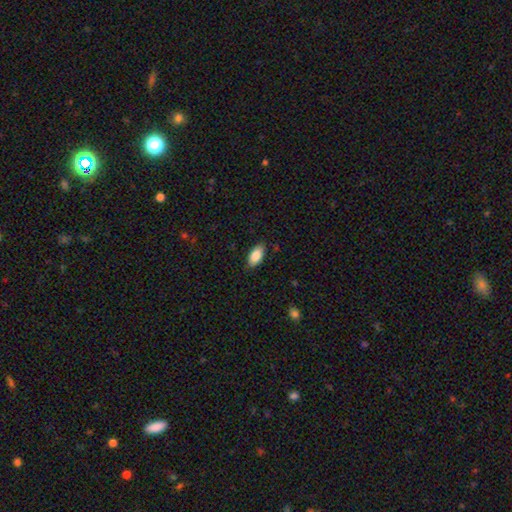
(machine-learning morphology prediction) Smooth or featured: smooth — 85% (featured or disk — 8%)
How rounded: in between — 92% (cigar-shaped — 5%)
Merging: none — 85% (minor disturbance — 12%)